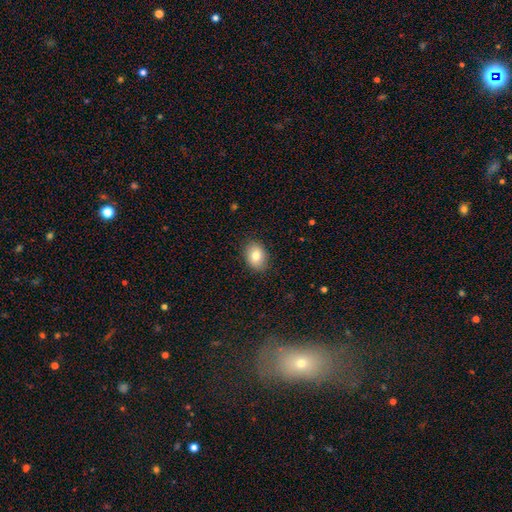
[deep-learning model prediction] Smooth or featured? Predicted: smooth (p=0.79). How rounded? Predicted: in between (p=0.69). Merging? Predicted: none (p=0.87).